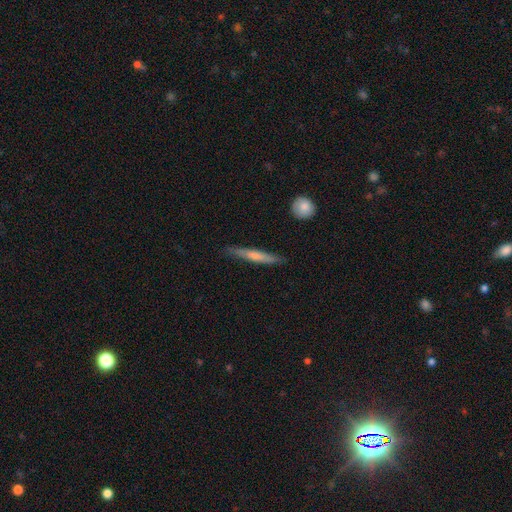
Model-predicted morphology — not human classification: Smooth or featured? Predicted: smooth (p=0.53). How rounded? Predicted: cigar-shaped (p=0.94). Merging? Predicted: none (p=0.81).